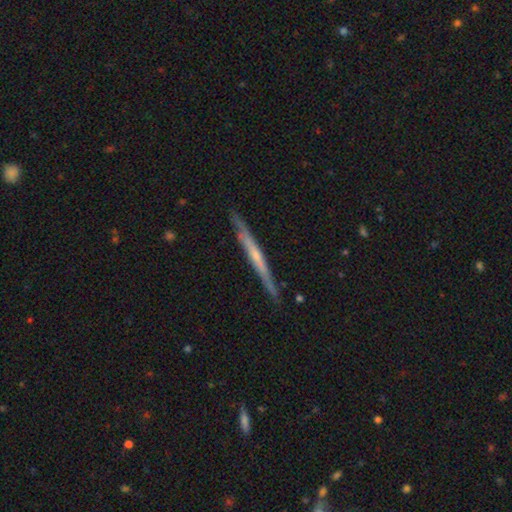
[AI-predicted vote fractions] This appears to be a featured or disk galaxy (63%) viewed edge-on (96%) with no central bulge (68%). Merging: none (86%).